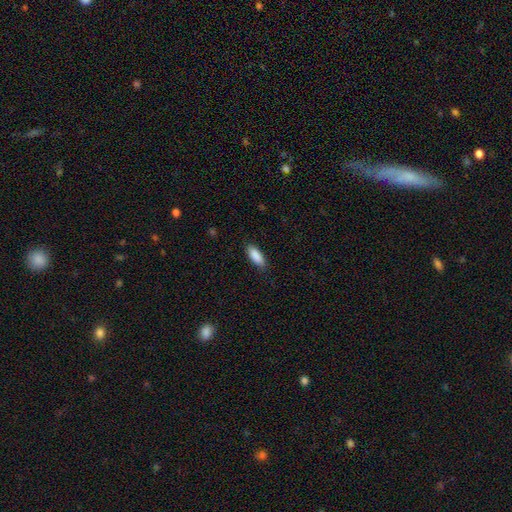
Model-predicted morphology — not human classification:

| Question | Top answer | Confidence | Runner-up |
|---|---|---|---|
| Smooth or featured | smooth | 89% | star or artifact (6%) |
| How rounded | in between | 73% | cigar-shaped (25%) |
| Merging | none | 86% | minor disturbance (11%) |